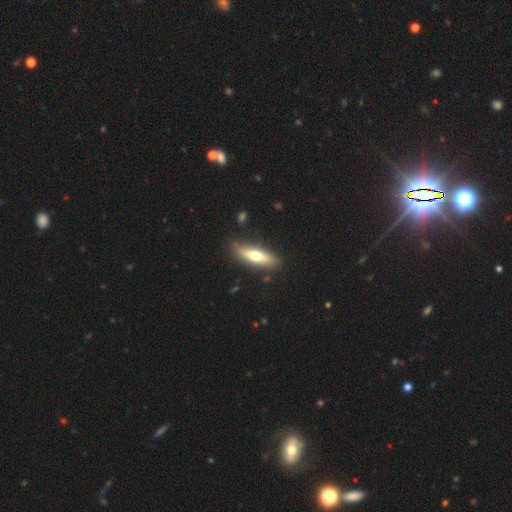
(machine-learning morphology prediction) Smooth or featured? smooth (54%)
How rounded? cigar-shaped (59%)
Merging? none (84%)